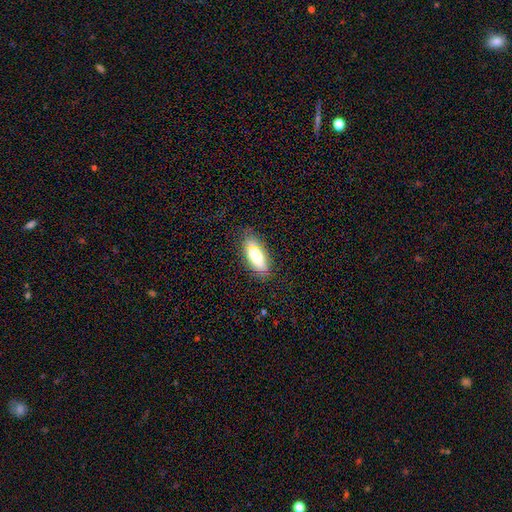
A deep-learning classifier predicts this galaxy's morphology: This is likely a smooth galaxy (74%). How rounded: likely in between (73%). Merging: clearly none (81%).